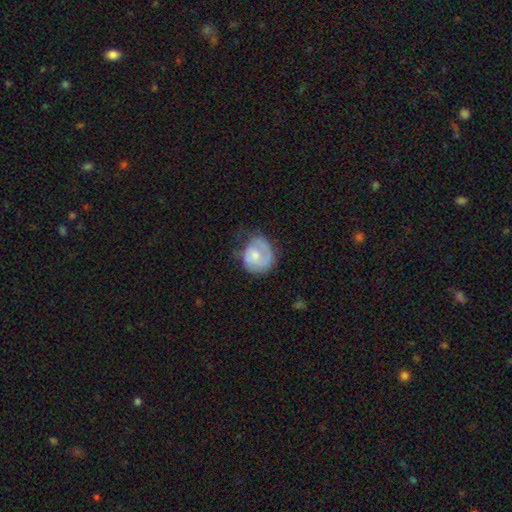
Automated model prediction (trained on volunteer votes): smooth 51%, featured or disk 43%, star or artifact 6%. Down the decision tree: how rounded — round (71%); merging — none (45%).